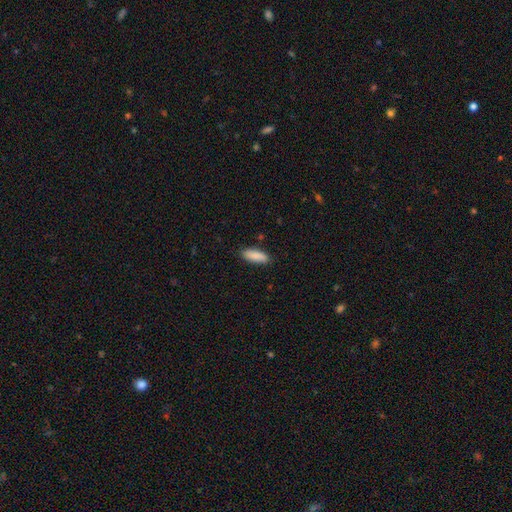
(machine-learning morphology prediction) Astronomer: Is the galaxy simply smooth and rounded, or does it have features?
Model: smooth — 89%.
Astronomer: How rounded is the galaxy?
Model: in between — 63%.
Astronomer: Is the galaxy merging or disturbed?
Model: none — 87%.